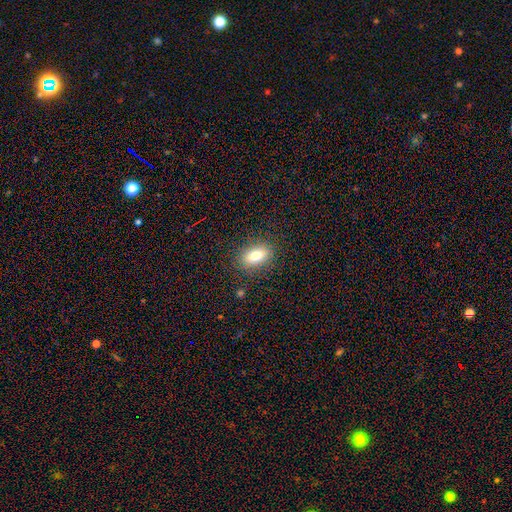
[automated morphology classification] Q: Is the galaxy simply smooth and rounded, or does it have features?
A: smooth — 77%.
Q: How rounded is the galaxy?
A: in between — 83%.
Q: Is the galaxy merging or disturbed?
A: none — 86%.